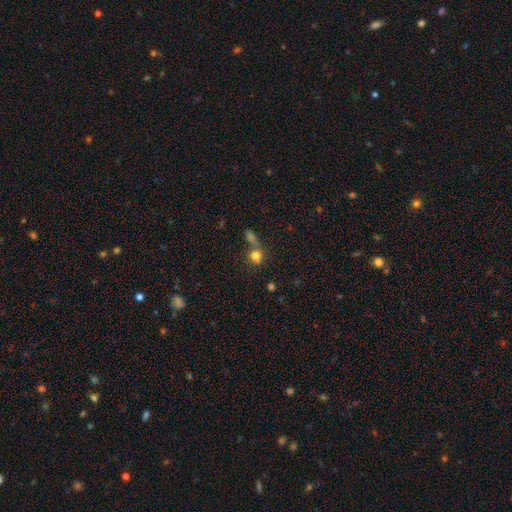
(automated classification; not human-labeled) Smooth or featured? smooth (77%)
How rounded? round (74%)
Merging? none (48%)